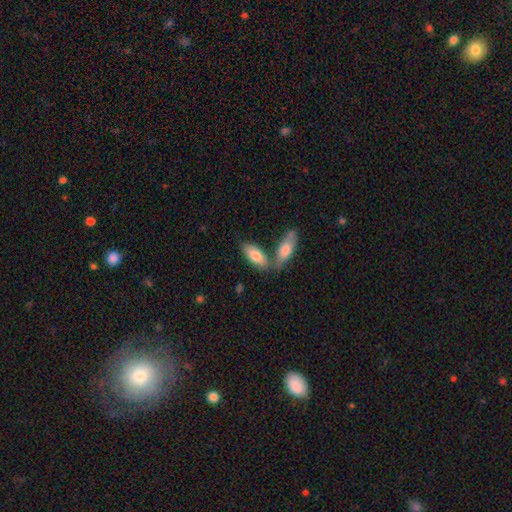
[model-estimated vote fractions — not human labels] Morphology: type=smooth (78%); roundness=in between (81%); merging=none (50%).